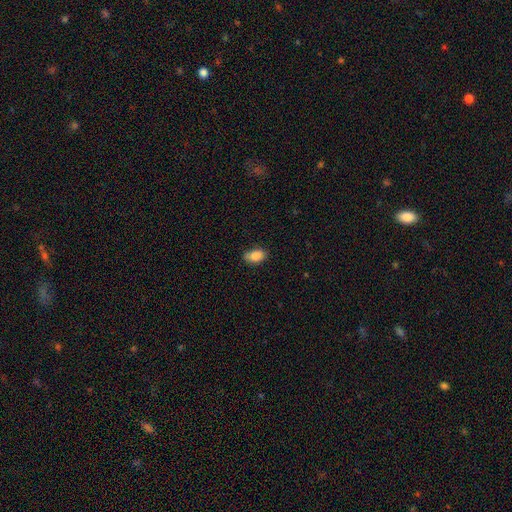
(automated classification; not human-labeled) Smooth or featured? Predicted: smooth (p=0.85). How rounded? Predicted: in between (p=0.89). Merging? Predicted: none (p=0.70).